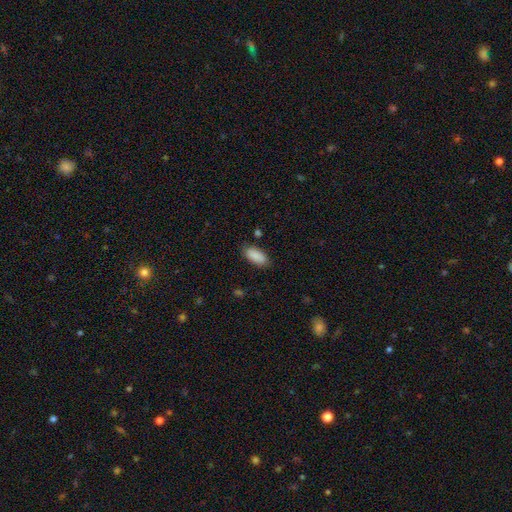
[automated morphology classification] Smooth or featured? smooth (90%)
How rounded? in between (89%)
Merging? none (85%)